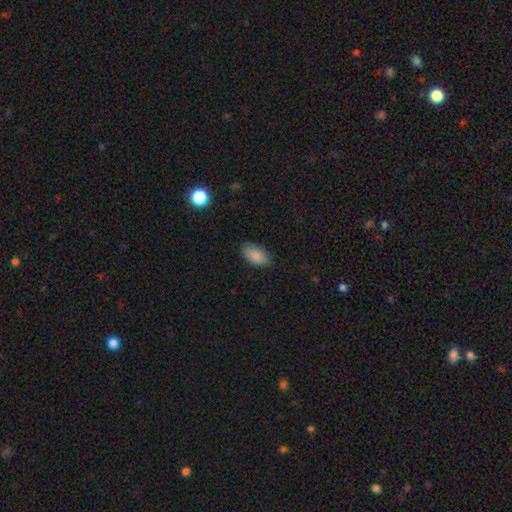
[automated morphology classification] The model was most divided on "merging": none: 83%, minor disturbance: 13%, major disturbance: 3%, merger: 1%. More confident: how rounded — in between (93%); smooth or featured — smooth (88%).